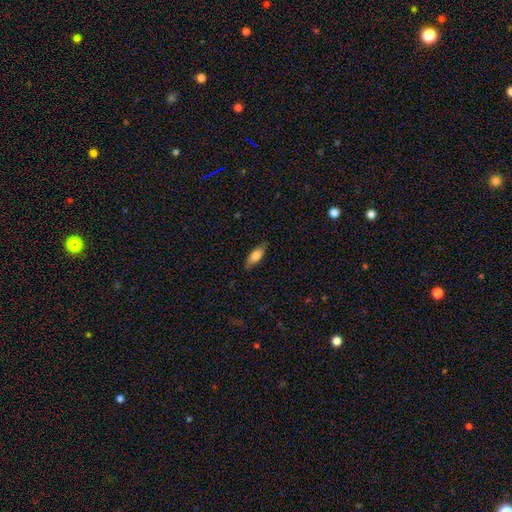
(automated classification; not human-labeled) This appears to be a smooth galaxy with no disk features (76%) that is in between round and cigar-shaped (78%). Merging: none (81%).